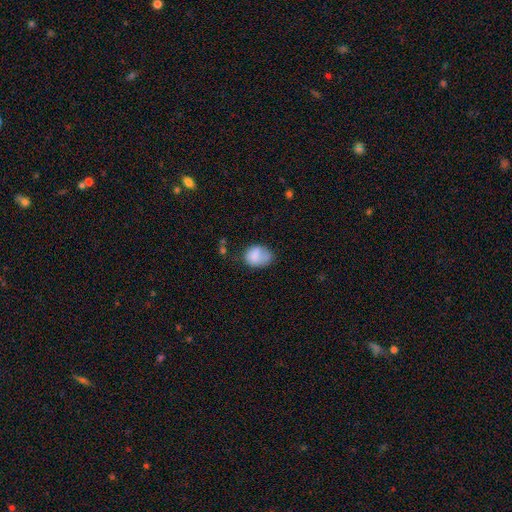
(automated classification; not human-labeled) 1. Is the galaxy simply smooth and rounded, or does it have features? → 79% smooth, 13% featured or disk, 9% star or artifact.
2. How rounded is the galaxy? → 66% in between, 33% round, 1% cigar-shaped.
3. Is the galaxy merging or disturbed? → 43% none, 33% minor disturbance, 15% major disturbance, 9% merger.